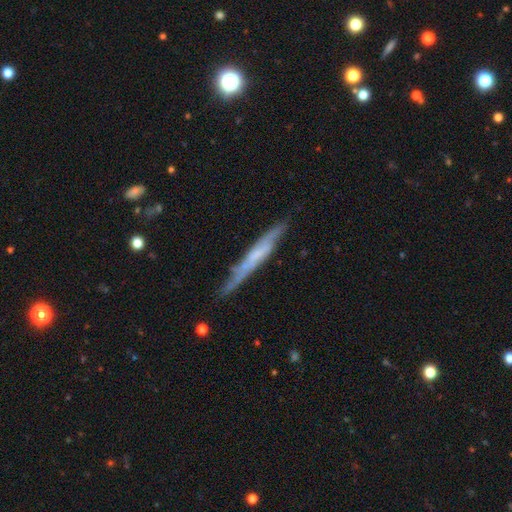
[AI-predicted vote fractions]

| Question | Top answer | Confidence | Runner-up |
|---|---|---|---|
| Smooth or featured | featured or disk | 60% | smooth (34%) |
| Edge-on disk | yes | 85% | no (15%) |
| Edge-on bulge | none | 71% | rounded (18%) |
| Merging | none | 76% | minor disturbance (19%) |